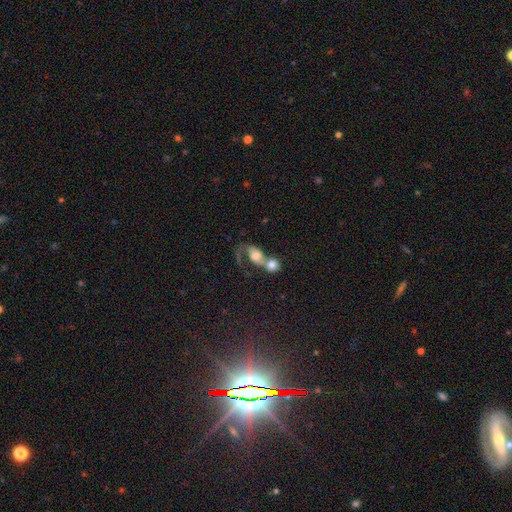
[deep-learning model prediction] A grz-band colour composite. It shows a smooth galaxy with no disk features (47%). Merging: merger (74%).